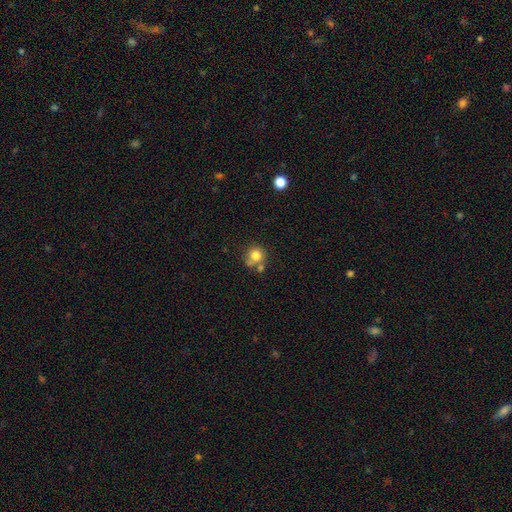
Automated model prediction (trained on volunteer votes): Overall: smooth (77%). How rounded: round (88%). Merging: none (56%; merger 26%).